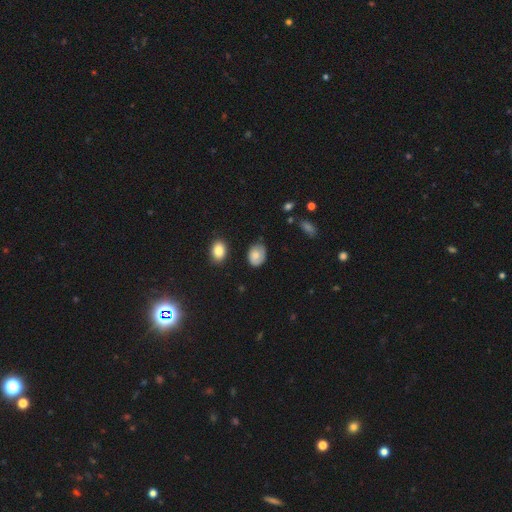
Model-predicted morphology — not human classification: type=smooth (73%); roundness=in between (70%); merging=none (66%).